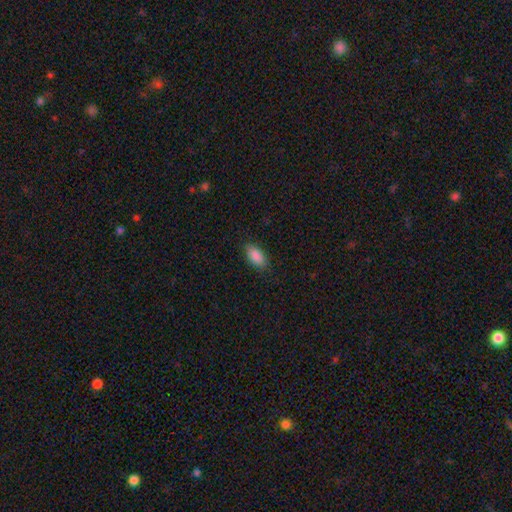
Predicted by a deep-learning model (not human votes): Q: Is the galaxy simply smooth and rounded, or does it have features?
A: smooth — 88%.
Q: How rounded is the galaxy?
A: in between — 91%.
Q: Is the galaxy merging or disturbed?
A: none — 87%.